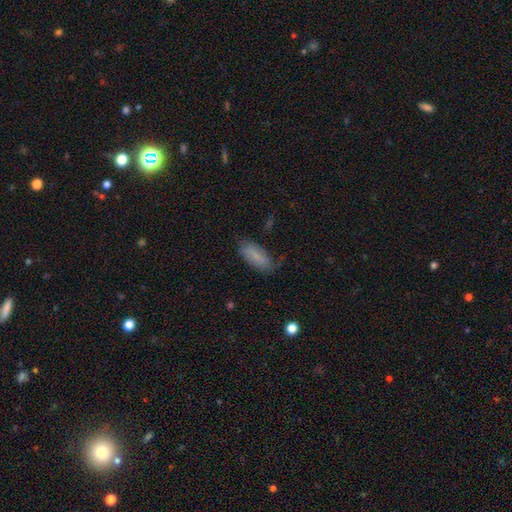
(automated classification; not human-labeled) smooth_or_featured: smooth (p=0.77) [alt: featured or disk p=0.16]
how_rounded: in between (p=0.80) [alt: cigar-shaped p=0.18]
merging: none (p=0.71) [alt: minor disturbance p=0.22]